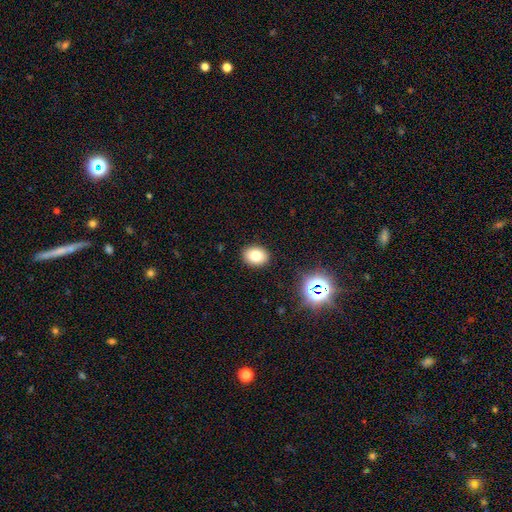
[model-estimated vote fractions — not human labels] Morphology: type=smooth (78%); roundness=in between (57%); merging=none (90%).